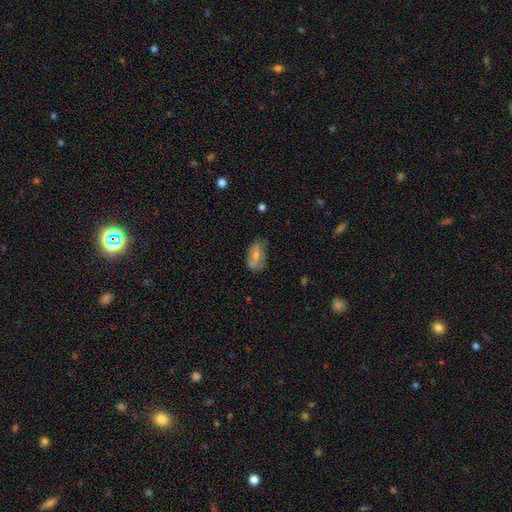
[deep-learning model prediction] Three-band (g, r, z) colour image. It shows a featured or disk galaxy (47%). Merging: none (64%).